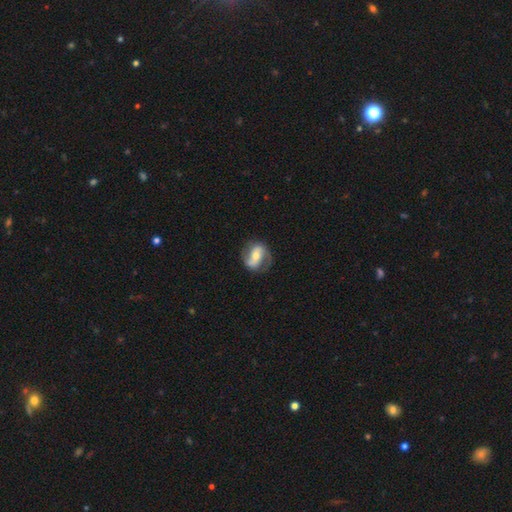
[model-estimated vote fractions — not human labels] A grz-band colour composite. It shows a featured or disk galaxy (76%) with a strong bar (42%), 2 (87%) medium (45%) spiral arms (90%) and a moderate central bulge (57%). Merging: none (76%).